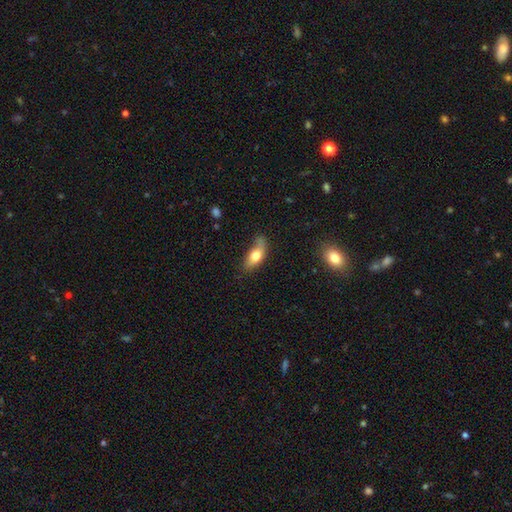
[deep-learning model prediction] Smooth or featured?
  - smooth: 71% *
  - featured or disk: 22%
  - star or artifact: 7%
How rounded?
  - in between: 78% *
  - cigar-shaped: 16%
  - round: 6%
Merging?
  - none: 50% *
  - minor disturbance: 32%
  - major disturbance: 12%
  - merger: 5%